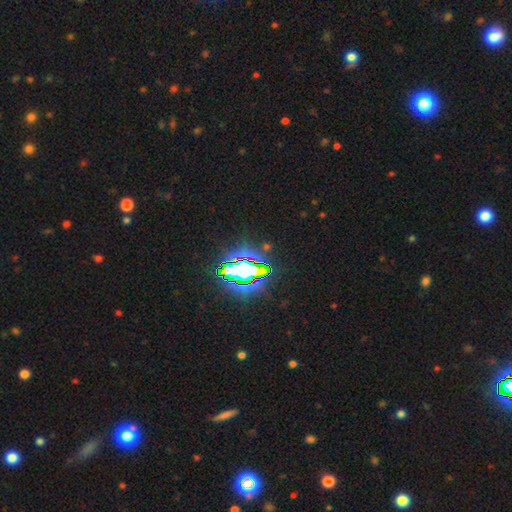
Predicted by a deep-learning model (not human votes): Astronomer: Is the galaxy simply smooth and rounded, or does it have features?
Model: star or artifact — 83%.